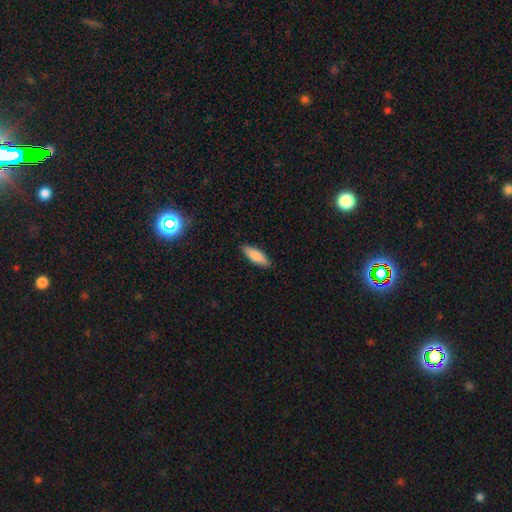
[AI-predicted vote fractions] This appears to be a smooth galaxy with no disk features (83%) that is in between round and cigar-shaped (50%). Merging: none (88%).